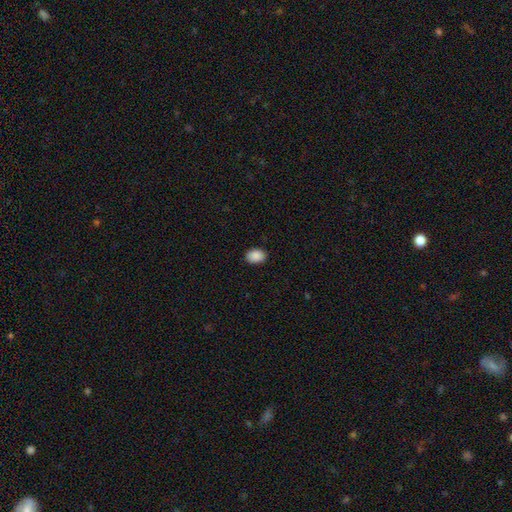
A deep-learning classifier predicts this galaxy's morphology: The model was most divided on "how rounded": in between: 75%, round: 24%, cigar-shaped: 1%. More confident: smooth or featured — smooth (90%); merging — none (90%).